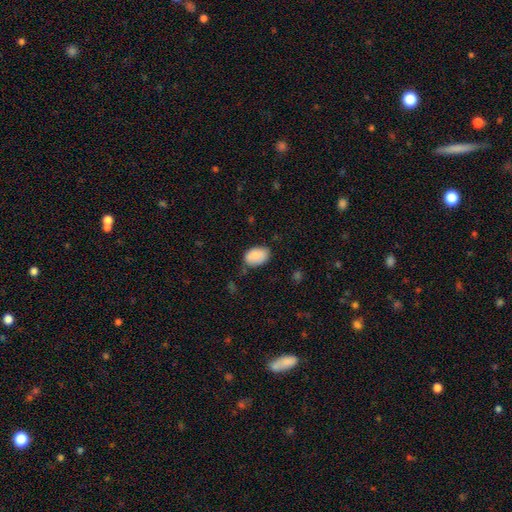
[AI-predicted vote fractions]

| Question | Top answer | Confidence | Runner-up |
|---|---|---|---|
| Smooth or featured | smooth | 86% | featured or disk (7%) |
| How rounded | in between | 85% | round (14%) |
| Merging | none | 70% | minor disturbance (23%) |